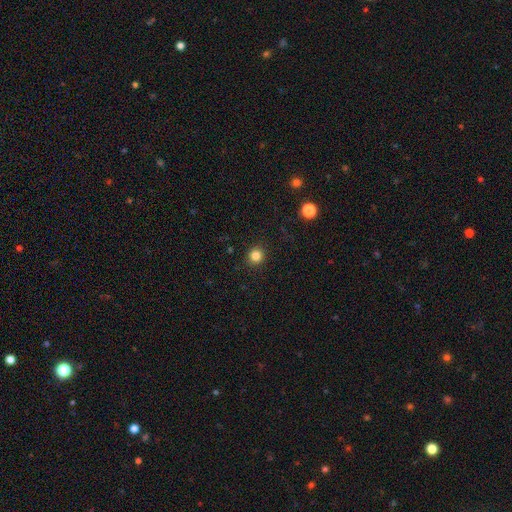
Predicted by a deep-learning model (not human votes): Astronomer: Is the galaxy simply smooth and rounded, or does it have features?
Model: smooth — 83%.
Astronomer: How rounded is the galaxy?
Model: round — 91%.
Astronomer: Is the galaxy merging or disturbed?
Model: none — 91%.